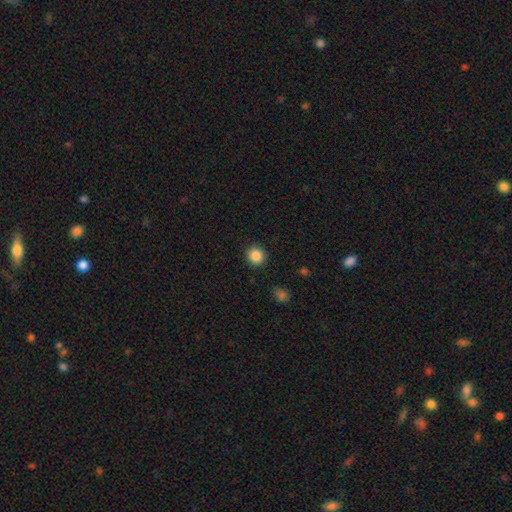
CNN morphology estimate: smooth-or-featured: smooth: 87% | star or artifact: 10% | featured or disk: 3%
  how-rounded: round: 91% | in between: 8% | cigar-shaped: 1%
  merging: none: 90% | minor disturbance: 6% | major disturbance: 2% | merger: 1%